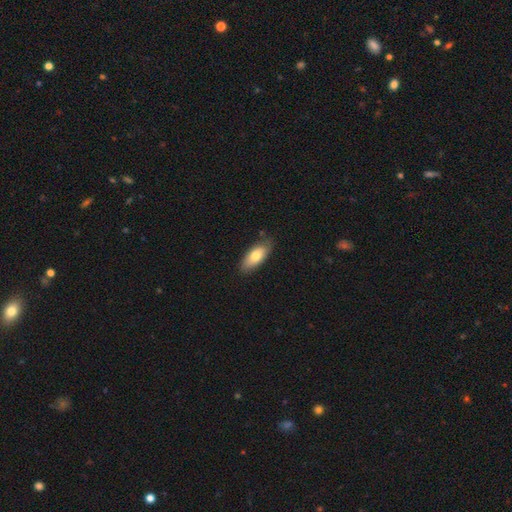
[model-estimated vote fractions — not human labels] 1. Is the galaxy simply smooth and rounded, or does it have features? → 76% smooth, 18% featured or disk, 6% star or artifact.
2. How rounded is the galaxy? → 83% in between, 15% cigar-shaped, 2% round.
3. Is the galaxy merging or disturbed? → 80% none, 16% minor disturbance, 3% major disturbance, 2% merger.